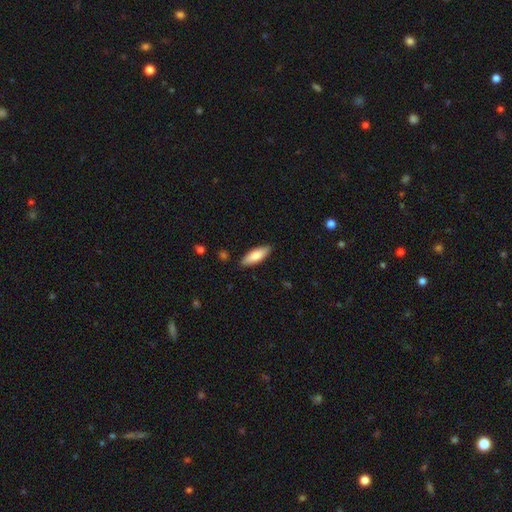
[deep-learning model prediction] smooth 79%, featured or disk 16%, star or artifact 6%. Down the decision tree: how rounded — in between (59%); merging — none (88%).